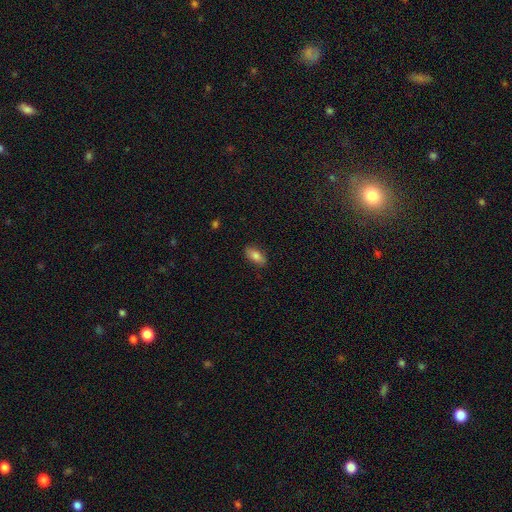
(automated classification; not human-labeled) Morphology: type=smooth (81%); roundness=in between (86%); merging=none (85%).